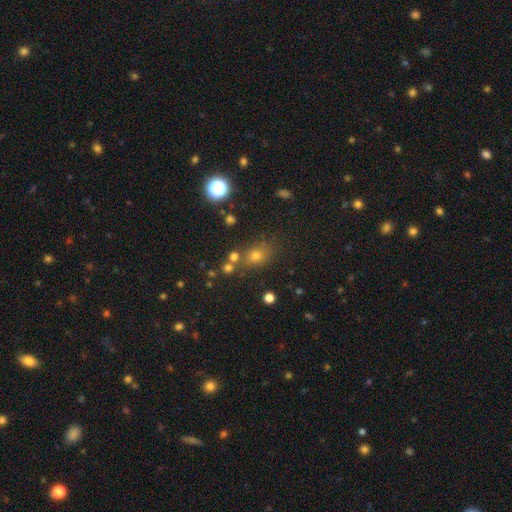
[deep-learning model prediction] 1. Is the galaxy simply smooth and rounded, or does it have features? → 61% smooth, 28% star or artifact, 11% featured or disk.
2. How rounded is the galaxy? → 59% round, 39% in between, 2% cigar-shaped.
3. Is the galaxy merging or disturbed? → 69% none, 14% merger, 12% minor disturbance, 5% major disturbance.